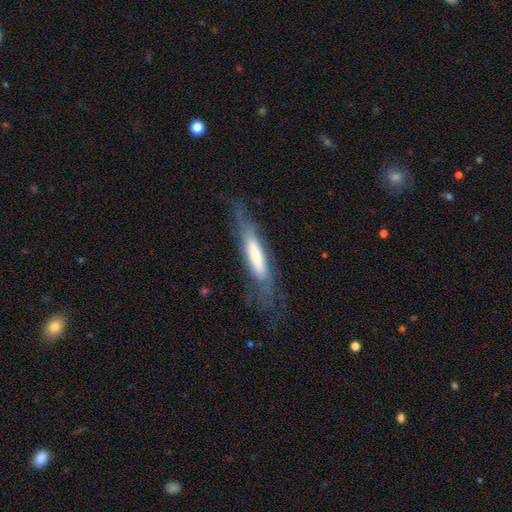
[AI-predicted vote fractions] smooth 49%, featured or disk 44%, star or artifact 7%. Down the decision tree: merging — none (63%).